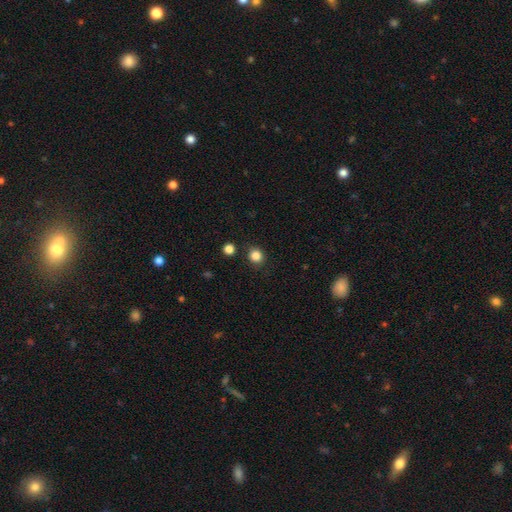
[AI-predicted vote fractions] Smooth or featured? Predicted: smooth (p=0.84). How rounded? Predicted: round (p=0.86). Merging? Predicted: none (p=0.87).